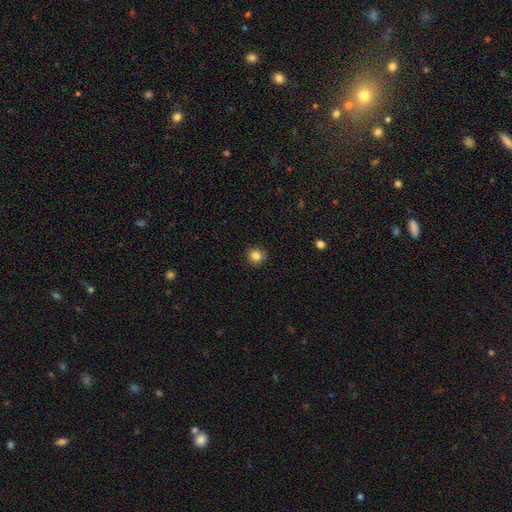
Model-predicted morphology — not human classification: smooth_or_featured: smooth (p=0.85) [alt: star or artifact p=0.11]
how_rounded: round (p=0.91) [alt: in between p=0.08]
merging: none (p=0.89) [alt: minor disturbance p=0.08]